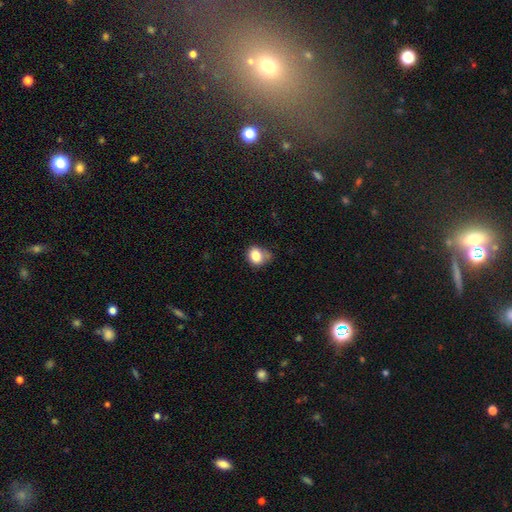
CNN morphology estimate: Overall: smooth (82%). How rounded: round (54%; in between 45%). Merging: none (49%; minor disturbance 34%).